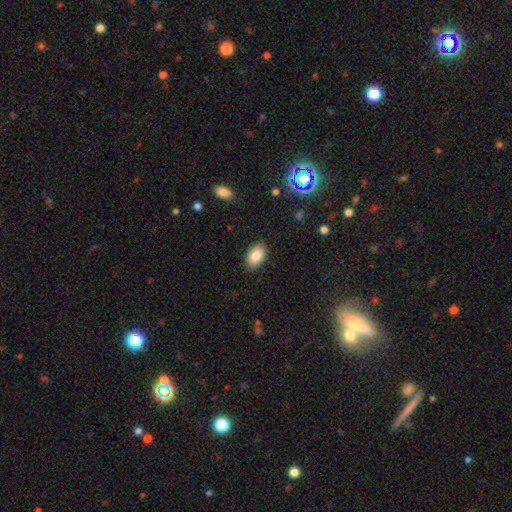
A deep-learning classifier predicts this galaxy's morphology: smooth-or-featured: smooth: 85% | featured or disk: 8% | star or artifact: 7%
  how-rounded: in between: 93% | round: 6% | cigar-shaped: 1%
  merging: none: 88% | minor disturbance: 9% | major disturbance: 2% | merger: 1%